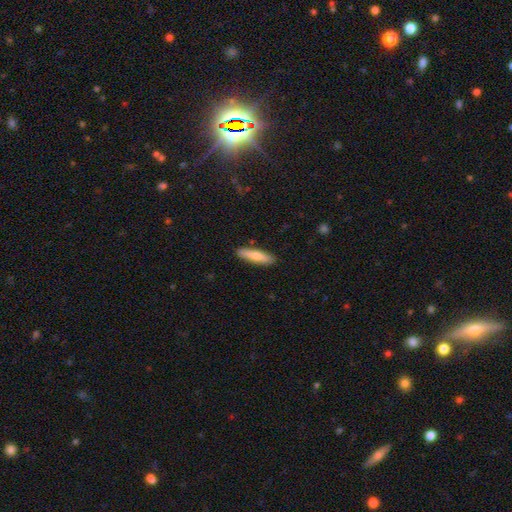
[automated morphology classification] Q: Smooth or featured?
A: smooth (74%); runner-up: featured or disk (21%)
Q: How rounded?
A: cigar-shaped (78%); runner-up: in between (20%)
Q: Merging?
A: none (89%); runner-up: minor disturbance (8%)